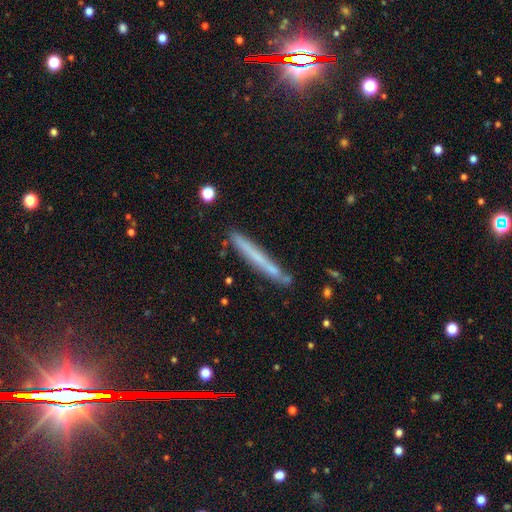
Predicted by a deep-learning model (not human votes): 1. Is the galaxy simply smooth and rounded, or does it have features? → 53% smooth, 39% featured or disk, 9% star or artifact.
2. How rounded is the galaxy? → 96% cigar-shaped, 2% in between, 1% round.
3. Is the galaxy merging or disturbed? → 82% none, 13% minor disturbance, 3% merger, 2% major disturbance.